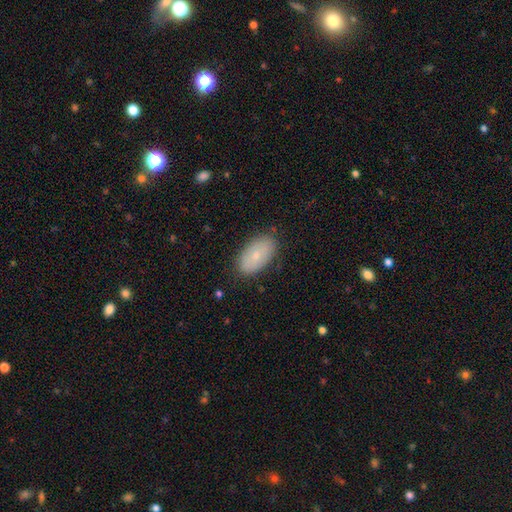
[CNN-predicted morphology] Q: Smooth or featured?
A: smooth (72%); runner-up: featured or disk (21%)
Q: How rounded?
A: in between (94%); runner-up: round (4%)
Q: Merging?
A: none (83%); runner-up: minor disturbance (13%)